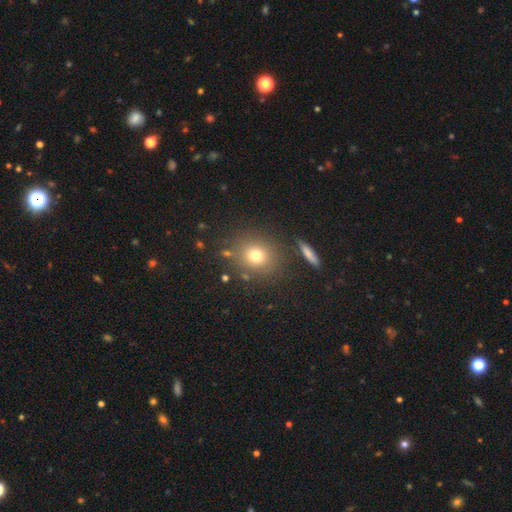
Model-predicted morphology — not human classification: smooth_or_featured: smooth (p=0.75) [alt: star or artifact p=0.15]
how_rounded: round (p=0.83) [alt: in between p=0.16]
merging: none (p=0.82) [alt: minor disturbance p=0.09]